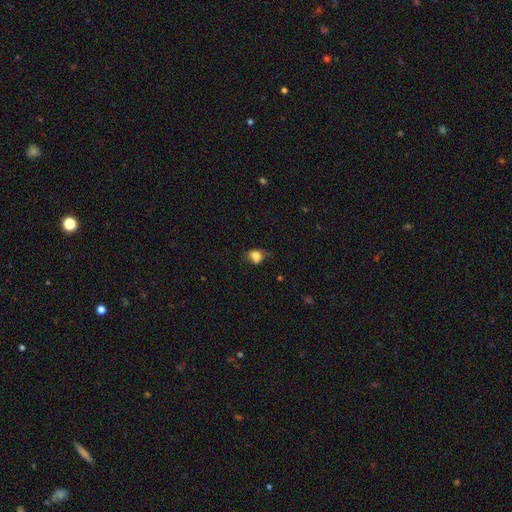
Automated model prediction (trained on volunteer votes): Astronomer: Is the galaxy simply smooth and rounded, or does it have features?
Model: smooth — 75%.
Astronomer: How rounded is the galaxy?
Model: in between — 53% (runner-up: round, 46%).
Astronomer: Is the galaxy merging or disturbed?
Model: none — 42% (runner-up: minor disturbance, 30%).